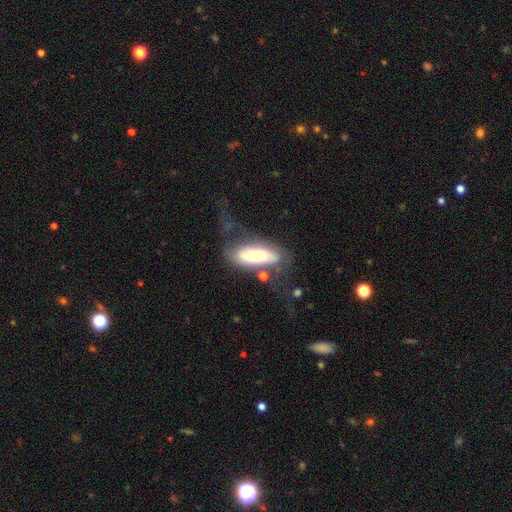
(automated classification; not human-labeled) Smooth or featured? smooth (58%)
How rounded? in between (67%)
Merging? none (38%)